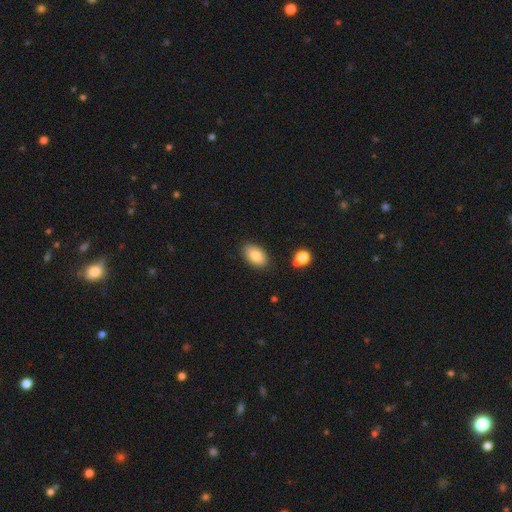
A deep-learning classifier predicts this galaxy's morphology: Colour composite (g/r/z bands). It shows a smooth galaxy with no disk features (85%) that is in between round and cigar-shaped (93%). Merging: none (85%).